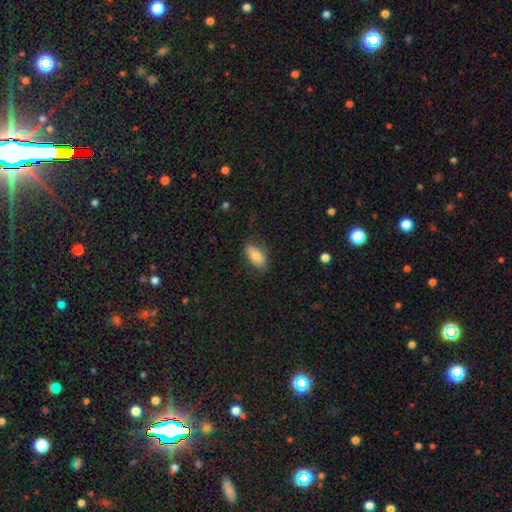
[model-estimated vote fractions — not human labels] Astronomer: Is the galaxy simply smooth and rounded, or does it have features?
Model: smooth — 75%.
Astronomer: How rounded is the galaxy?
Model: in between — 88%.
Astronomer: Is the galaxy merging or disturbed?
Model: none — 70%.